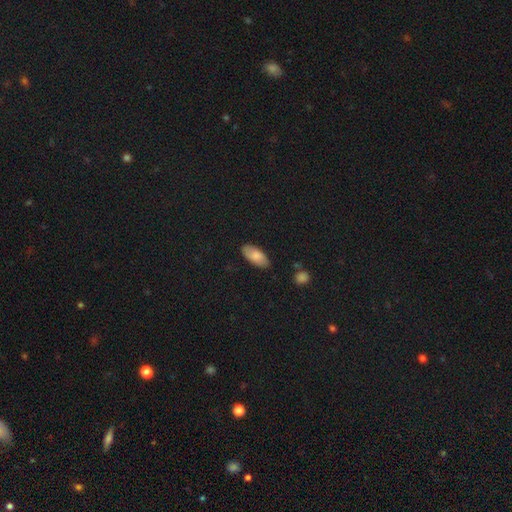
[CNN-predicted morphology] This appears to be a smooth galaxy with no disk features (79%) that is in between round and cigar-shaped (90%). Merging: none (83%).